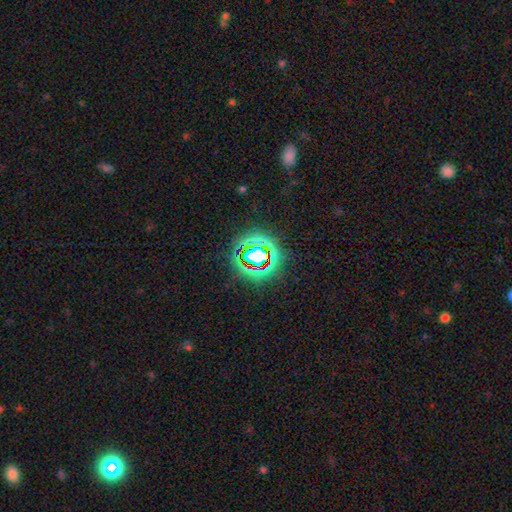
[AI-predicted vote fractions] Smooth or featured? Predicted: star or artifact (p=0.73).